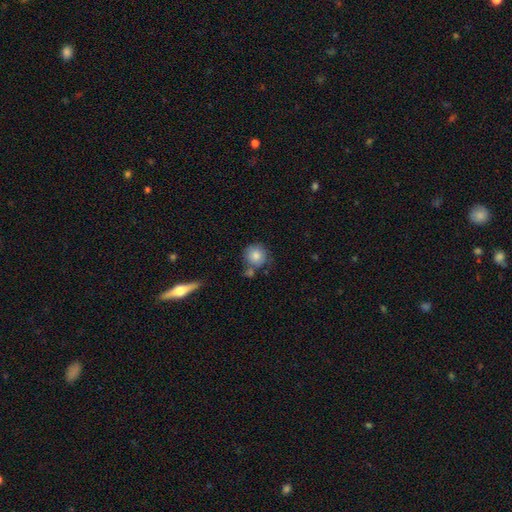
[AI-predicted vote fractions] smooth 83%, featured or disk 8%, star or artifact 8%. Down the decision tree: how rounded — round (91%); merging — none (66%).